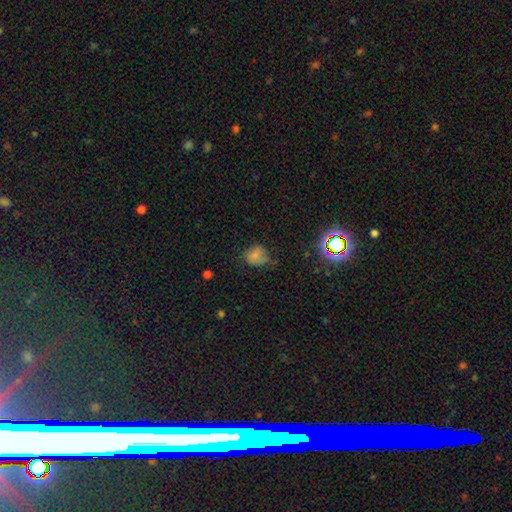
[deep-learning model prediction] Smooth or featured: smooth — 71% (star or artifact — 18%)
How rounded: round — 60% (in between — 39%)
Merging: none — 50% (minor disturbance — 33%)